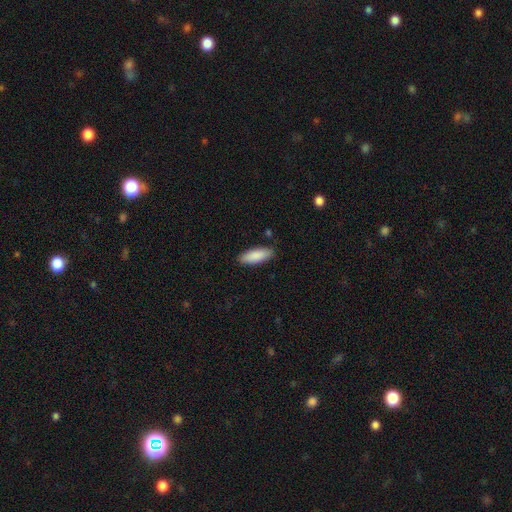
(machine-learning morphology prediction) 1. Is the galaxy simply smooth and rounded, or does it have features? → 88% smooth, 6% featured or disk, 5% star or artifact.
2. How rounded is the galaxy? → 70% in between, 29% cigar-shaped, 2% round.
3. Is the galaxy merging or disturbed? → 87% none, 10% minor disturbance, 2% major disturbance, 1% merger.